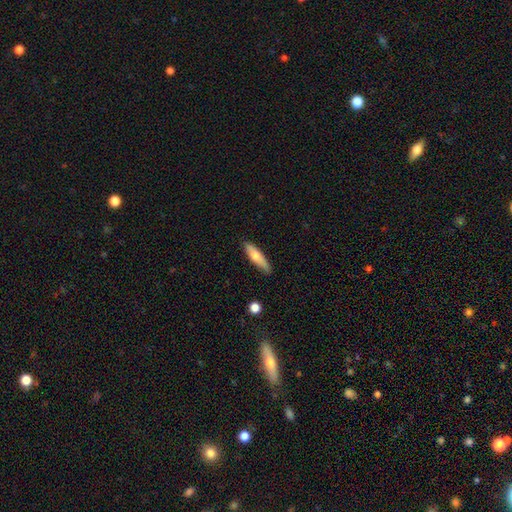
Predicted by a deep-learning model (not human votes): smooth-or-featured: smooth: 68% | featured or disk: 26% | star or artifact: 6%
  how-rounded: cigar-shaped: 72% | in between: 26% | round: 2%
  merging: none: 82% | minor disturbance: 14% | major disturbance: 2% | merger: 2%